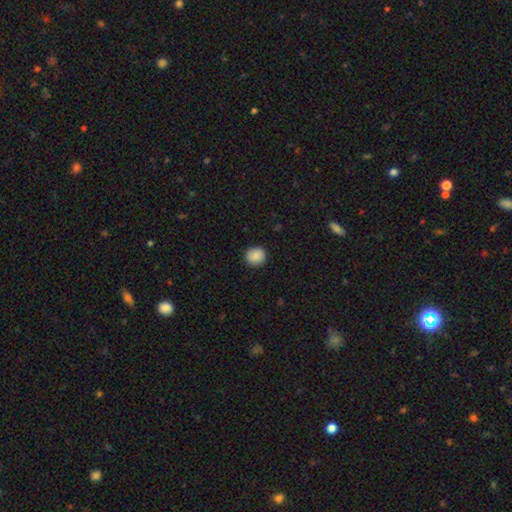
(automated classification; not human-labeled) A smooth galaxy with no disk features (87%) that is round (89%). Merging: none (90%).